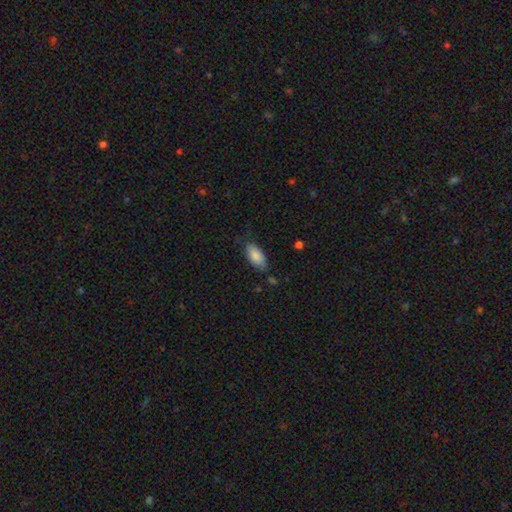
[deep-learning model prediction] Smooth or featured? Predicted: smooth (p=0.87). How rounded? Predicted: in between (p=0.89). Merging? Predicted: none (p=0.74).